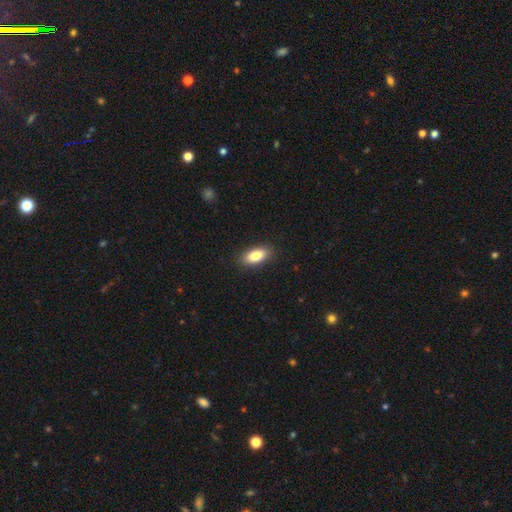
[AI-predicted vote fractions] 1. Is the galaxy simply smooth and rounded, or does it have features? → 84% smooth, 9% featured or disk, 7% star or artifact.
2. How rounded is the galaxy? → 87% in between, 9% cigar-shaped, 3% round.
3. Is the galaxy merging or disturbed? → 88% none, 9% minor disturbance, 2% major disturbance, 1% merger.